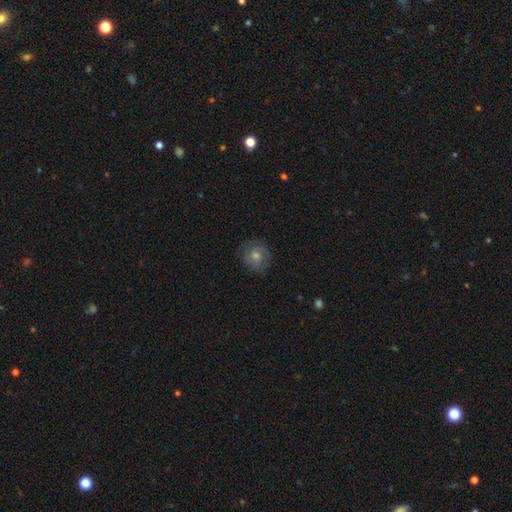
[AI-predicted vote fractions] smooth_or_featured: smooth (p=0.44) [alt: featured or disk p=0.41]
merging: none (p=0.84) [alt: minor disturbance p=0.11]